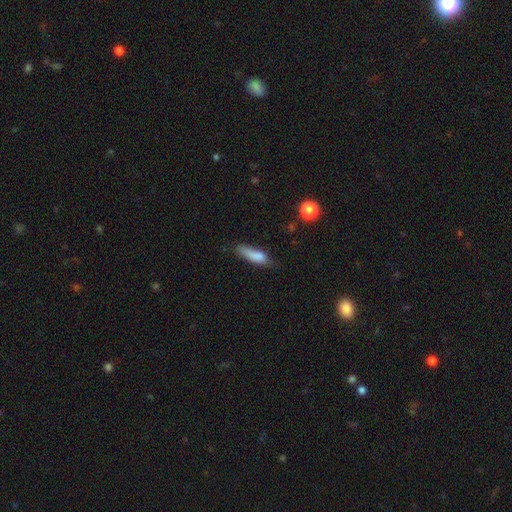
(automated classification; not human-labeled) Overall: smooth (80%). How rounded: cigar-shaped (57%; in between 40%). Merging: none (52%; minor disturbance 34%).